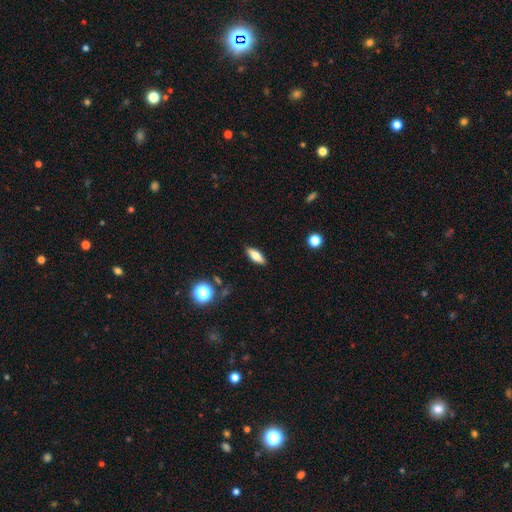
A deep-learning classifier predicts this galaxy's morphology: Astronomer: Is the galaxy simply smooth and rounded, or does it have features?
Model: smooth — 67%.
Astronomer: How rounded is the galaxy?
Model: in between — 62%.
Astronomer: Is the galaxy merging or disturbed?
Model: none — 88%.